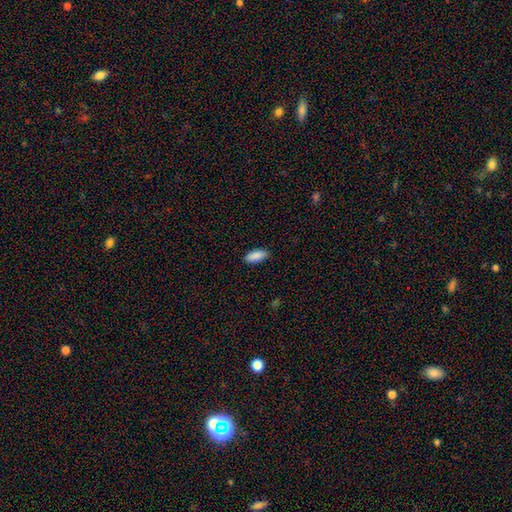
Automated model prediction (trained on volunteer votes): smooth 90%, star or artifact 6%, featured or disk 4%. Down the decision tree: how rounded — in between (82%); merging — none (89%).